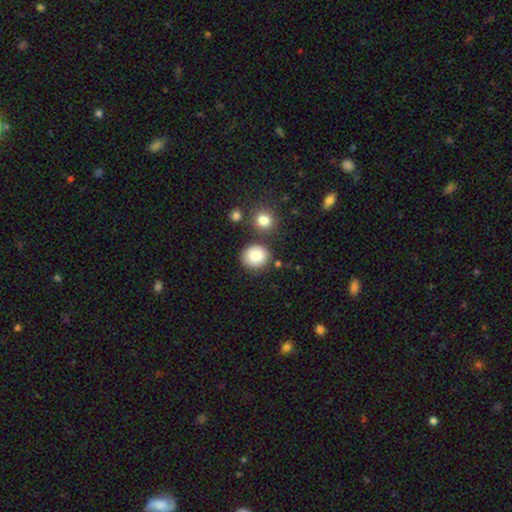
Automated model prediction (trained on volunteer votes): Overall: smooth (85%). How rounded: round (79%). Merging: none (79%).